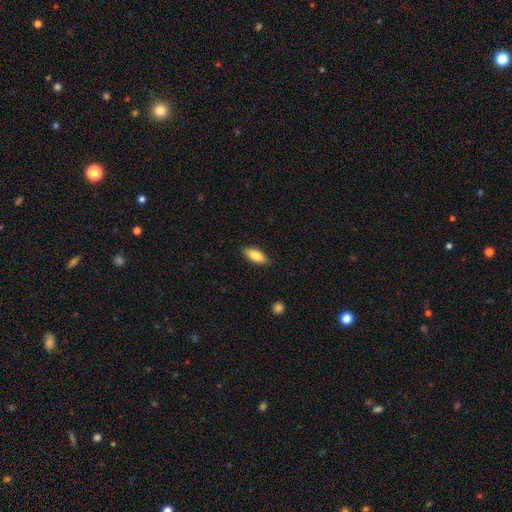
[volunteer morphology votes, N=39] smooth-or-featured: smooth: 85% | featured or disk: 10% | star or artifact: 5%
  how-rounded: in between: 70% | cigar-shaped: 27% | round: 3%
  merging: none: 89% | minor disturbance: 8% | major disturbance: 3% | merger: 0%